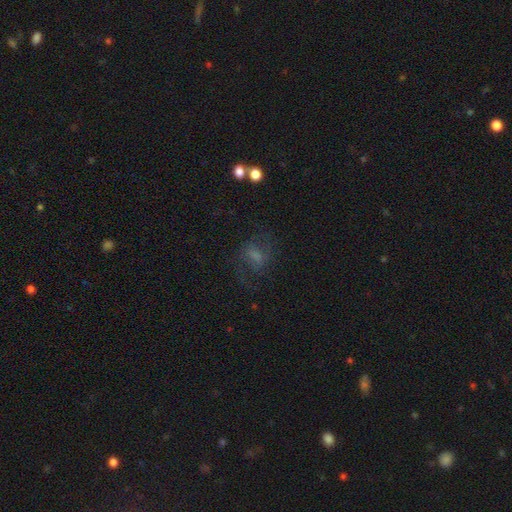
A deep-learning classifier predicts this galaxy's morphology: Overall: smooth (44%; featured or disk 40%). Merging: none (53%; major disturbance 25%).